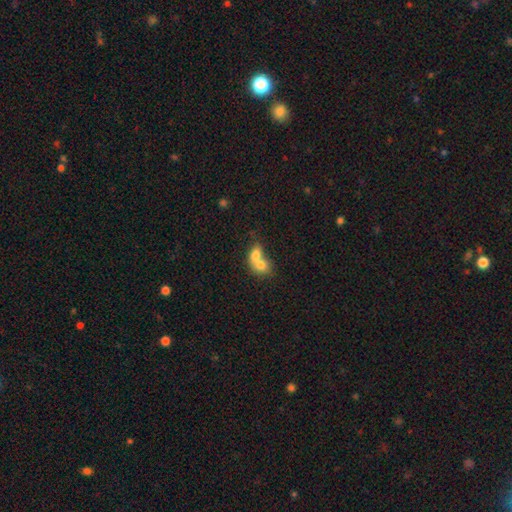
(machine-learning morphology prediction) smooth_or_featured: smooth (p=0.72) [alt: featured or disk p=0.20]
how_rounded: in between (p=0.55) [alt: round p=0.43]
merging: merger (p=0.78) [alt: none p=0.14]